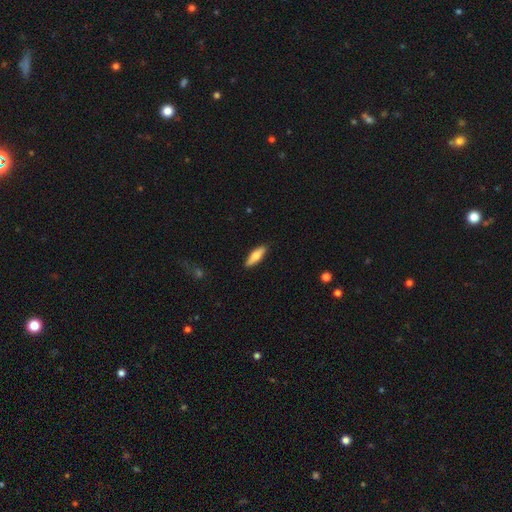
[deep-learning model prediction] A smooth galaxy with no disk features (67%) that is cigar-shaped (56%).

Vote fractions:
- Smooth or featured? smooth: 67% / featured or disk: 28% / star or artifact: 6%
- How rounded? cigar-shaped: 56% / in between: 42% / round: 2%
- Merging? none: 89% / minor disturbance: 8% / major disturbance: 2% / merger: 1%